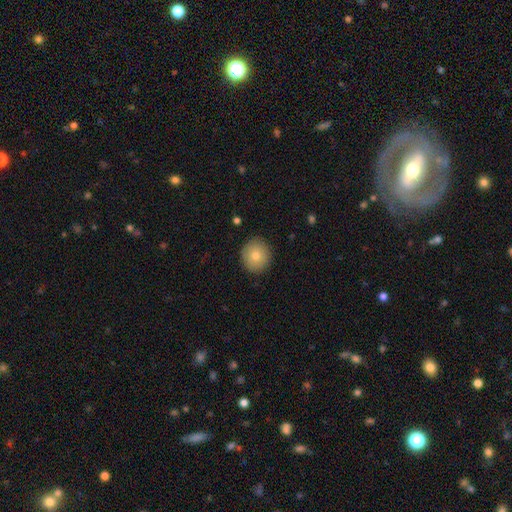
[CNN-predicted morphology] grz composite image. It shows a smooth galaxy with no disk features (80%) that is round (88%). Merging: none (89%).